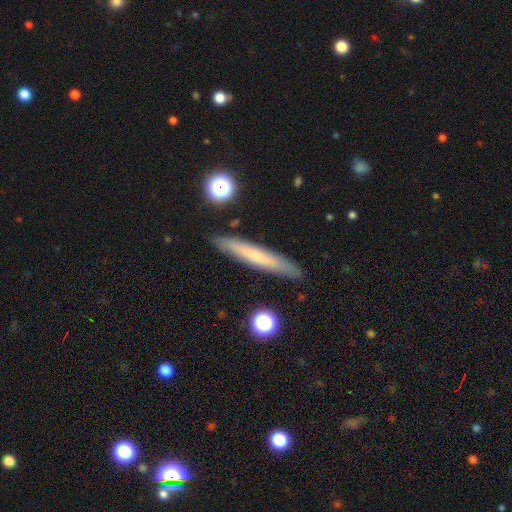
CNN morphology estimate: This appears to be a smooth galaxy with no disk features (53%) that is cigar-shaped (94%). Merging: none (89%).